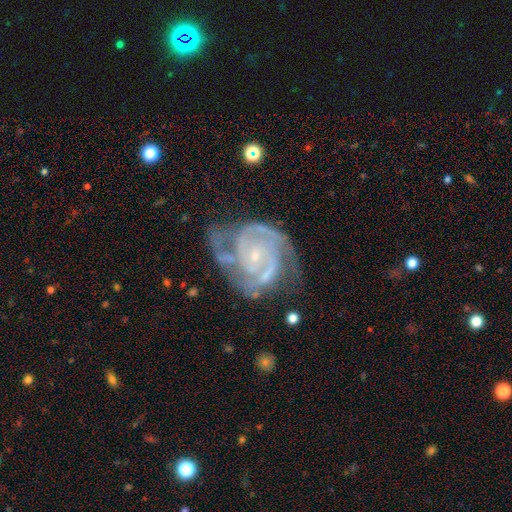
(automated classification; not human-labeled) A featured or disk galaxy (91%) with no bar (62%), 2 (50%) tight (56%) spiral arms (98%) and a small central bulge (79%).

Vote fractions:
- Smooth or featured? featured or disk: 91% / star or artifact: 5% / smooth: 4%
- Edge-on disk? no: 98% / yes: 2%
- Bar? no: 62% / weak: 29% / strong: 9%
- Spiral arms? yes: 98% / no: 2%
- Spiral winding? tight: 56% / medium: 38% / loose: 6%
- Spiral arm count? 2: 50% / 3: 25% / can't tell: 11% / 4: 6% / 1: 4% / more than 4: 4%
- Bulge size? small: 79% / moderate: 15% / none: 3% / large: 1% / dominant: 1%
- Merging? none: 58% / minor disturbance: 24% / major disturbance: 14% / merger: 3%